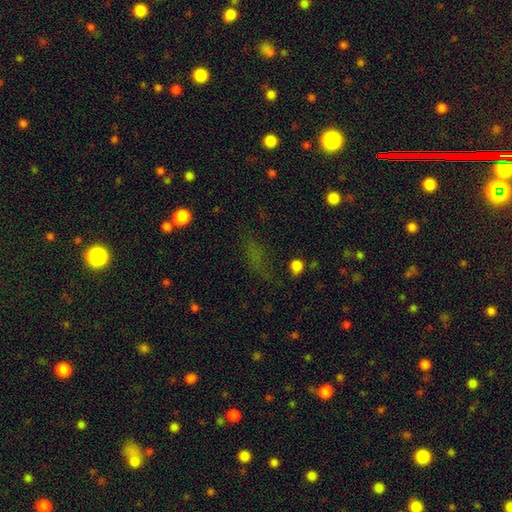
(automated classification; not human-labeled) smooth-or-featured: star or artifact: 45% | smooth: 40% | featured or disk: 15%